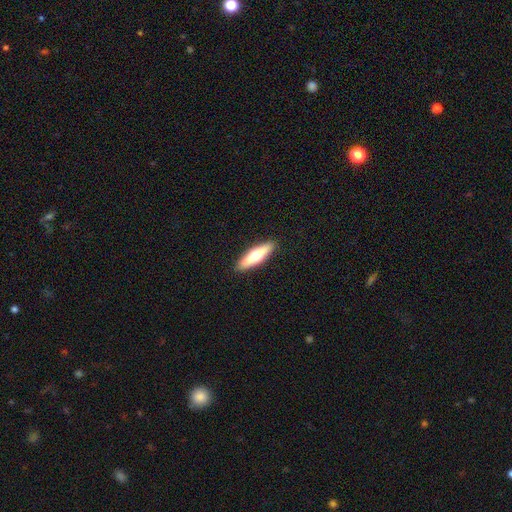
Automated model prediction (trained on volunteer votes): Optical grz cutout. It shows a smooth galaxy with no disk features (55%) that is cigar-shaped (70%). Merging: none (91%).